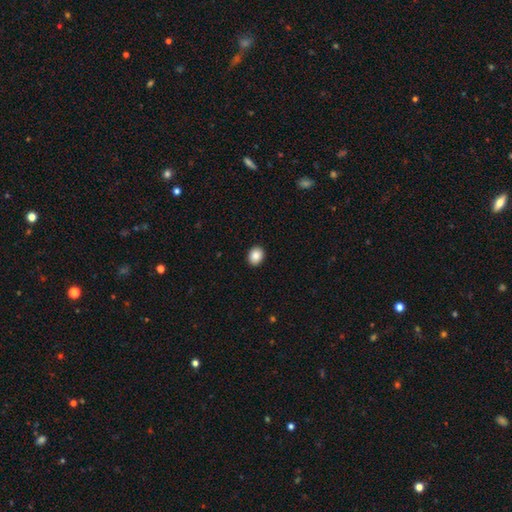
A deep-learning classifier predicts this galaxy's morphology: A smooth galaxy with no disk features (88%) that is in between round and cigar-shaped (53%).

Vote fractions:
- Smooth or featured? smooth: 88% / star or artifact: 8% / featured or disk: 4%
- How rounded? in between: 53% / round: 46% / cigar-shaped: 1%
- Merging? none: 92% / minor disturbance: 6% / major disturbance: 2% / merger: 1%